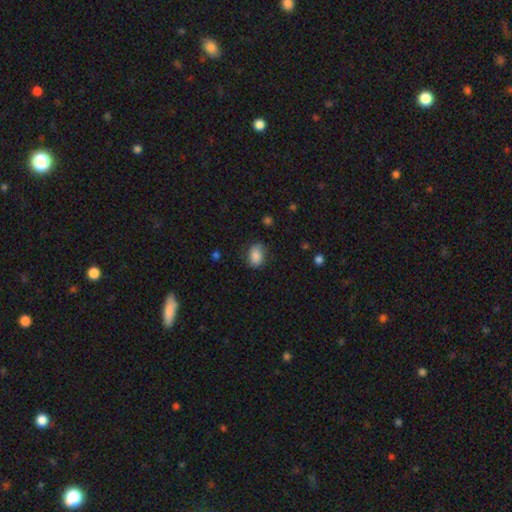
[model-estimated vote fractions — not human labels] Overall: smooth (86%). How rounded: in between (76%). Merging: none (78%).